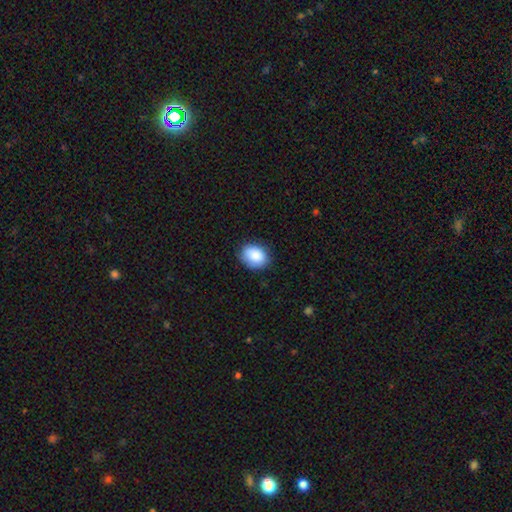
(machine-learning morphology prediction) Q: Smooth or featured?
A: smooth (88%); runner-up: star or artifact (7%)
Q: How rounded?
A: in between (63%); runner-up: round (36%)
Q: Merging?
A: none (80%); runner-up: minor disturbance (16%)